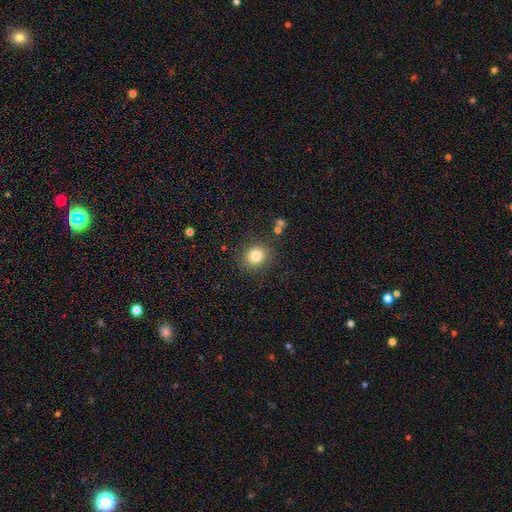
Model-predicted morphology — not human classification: type=smooth (82%); roundness=round (78%); merging=none (85%).